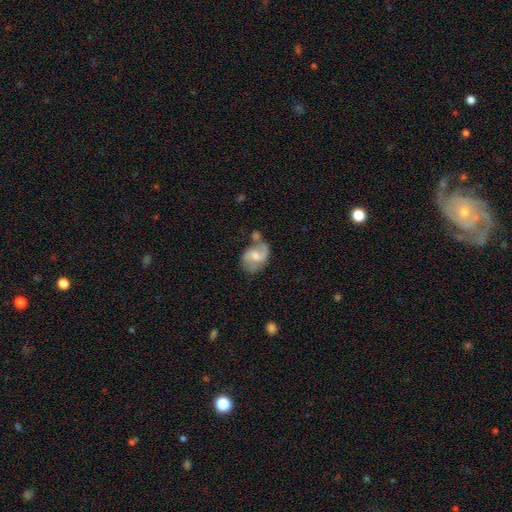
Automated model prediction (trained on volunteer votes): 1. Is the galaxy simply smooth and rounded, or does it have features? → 69% featured or disk, 24% smooth, 7% star or artifact.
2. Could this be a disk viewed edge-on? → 97% no, 3% yes.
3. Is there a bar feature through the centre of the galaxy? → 49% weak, 39% no, 12% strong.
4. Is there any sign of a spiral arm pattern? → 89% yes, 11% no.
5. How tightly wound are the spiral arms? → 46% medium, 40% loose, 14% tight.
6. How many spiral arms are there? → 84% 2, 6% can't tell, 6% 1, 2% 3, 1% 4, 1% more than 4.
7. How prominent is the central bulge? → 54% moderate, 31% small, 7% large, 7% none, 1% dominant.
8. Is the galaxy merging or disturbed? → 44% none, 23% minor disturbance, 21% merger, 13% major disturbance.